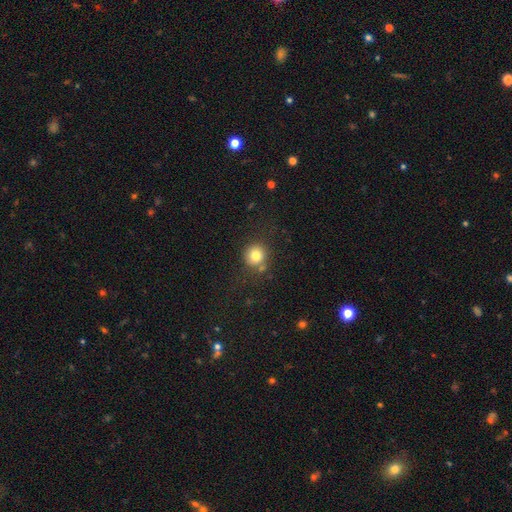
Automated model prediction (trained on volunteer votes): smooth 80%, star or artifact 12%, featured or disk 8%. Down the decision tree: how rounded — round (91%); merging — none (77%).